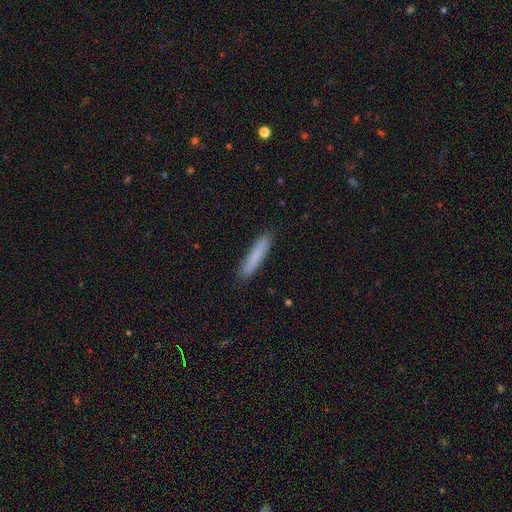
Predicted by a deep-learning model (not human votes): Smooth or featured: smooth — 82% (featured or disk — 12%)
How rounded: cigar-shaped — 90% (in between — 8%)
Merging: none — 88% (minor disturbance — 9%)